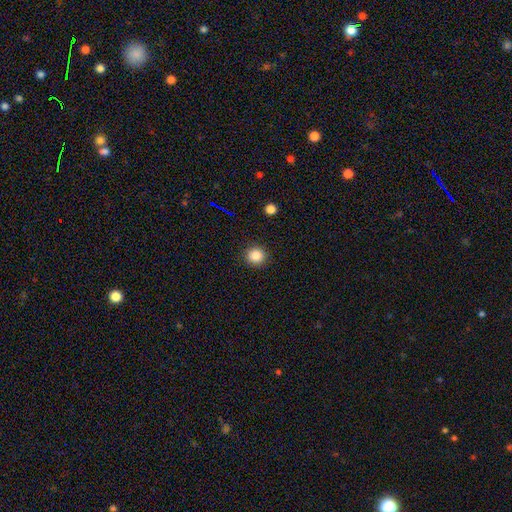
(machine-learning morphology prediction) smooth 85%, star or artifact 11%, featured or disk 4%. Down the decision tree: how rounded — round (92%); merging — none (91%).